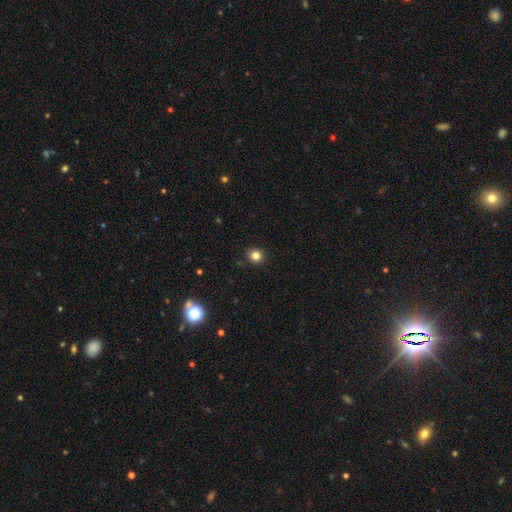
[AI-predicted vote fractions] This appears to be a smooth galaxy with no disk features (82%) that is round (88%). Merging: none (90%).